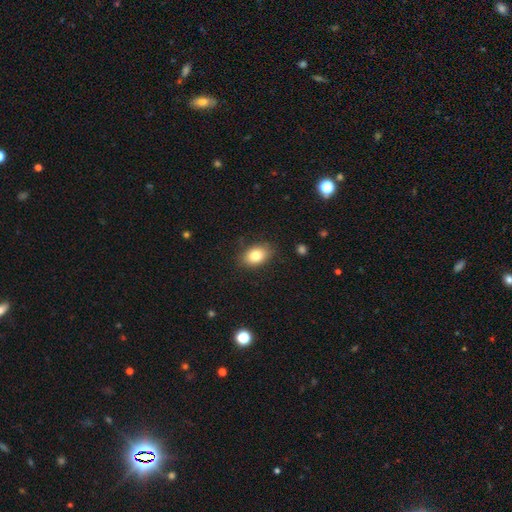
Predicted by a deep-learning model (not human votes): smooth_or_featured: smooth (p=0.82) [alt: featured or disk p=0.10]
how_rounded: in between (p=0.81) [alt: round p=0.18]
merging: none (p=0.84) [alt: minor disturbance p=0.12]